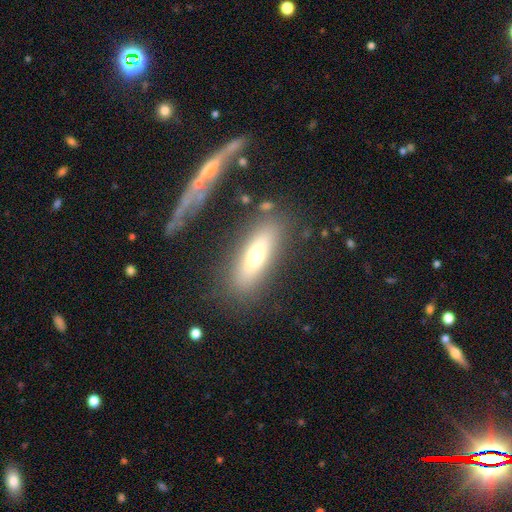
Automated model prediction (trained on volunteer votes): Morphology: type=smooth (61%); roundness=in between (56%); merging=none (77%).